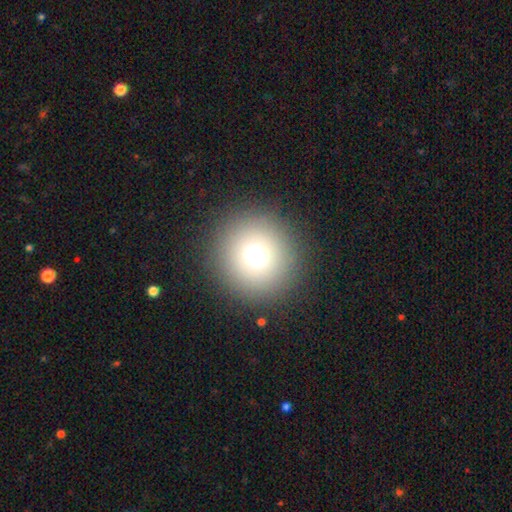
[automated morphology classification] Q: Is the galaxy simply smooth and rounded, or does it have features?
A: smooth — 67%.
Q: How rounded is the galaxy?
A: round — 93%.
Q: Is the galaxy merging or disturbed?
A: none — 88%.